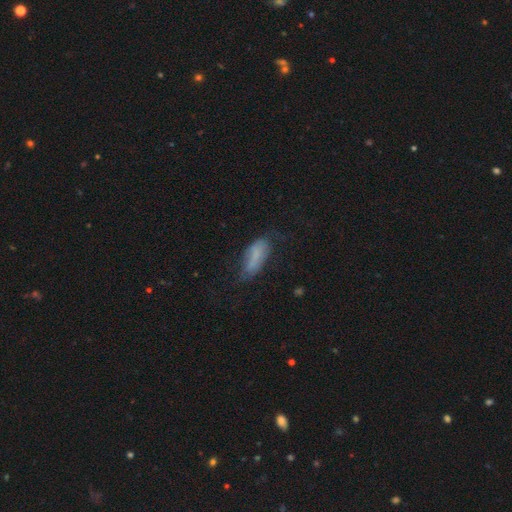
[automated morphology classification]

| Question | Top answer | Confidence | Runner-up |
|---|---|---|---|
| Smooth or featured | smooth | 64% | featured or disk (26%) |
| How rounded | in between | 73% | cigar-shaped (24%) |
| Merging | none | 46% | minor disturbance (33%) |